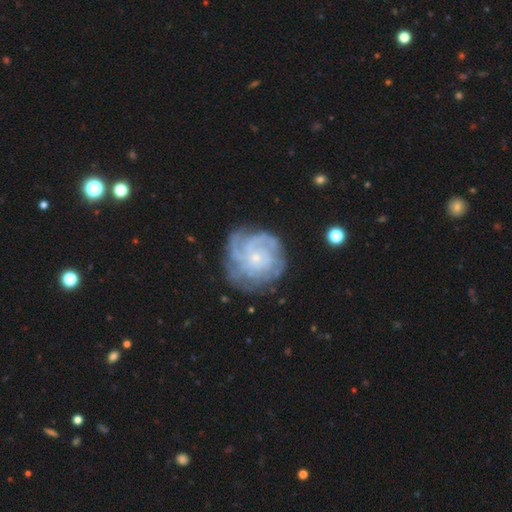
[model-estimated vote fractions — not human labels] Overall: featured or disk (84%). Edge-on disk: no (98%). Bar: no (78%). Spiral arms: yes (96%). Spiral arm count: can't tell (26%, tied with 4). Spiral winding: tight (70%). Bulge size: small (82%). Merging: none (72%).